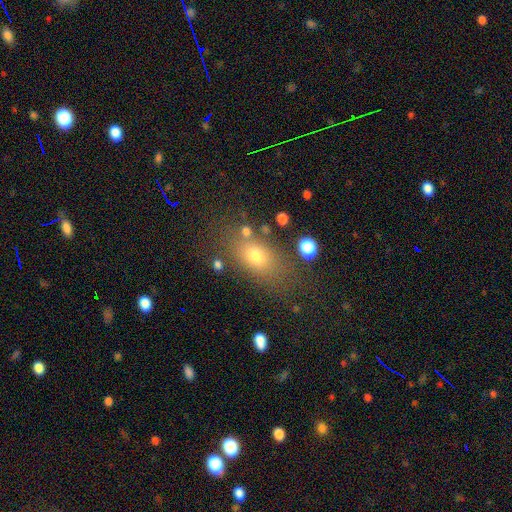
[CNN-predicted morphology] smooth-or-featured: smooth: 72% | star or artifact: 14% | featured or disk: 14%
  how-rounded: in between: 75% | round: 20% | cigar-shaped: 5%
  merging: none: 70% | minor disturbance: 16% | major disturbance: 9% | merger: 6%